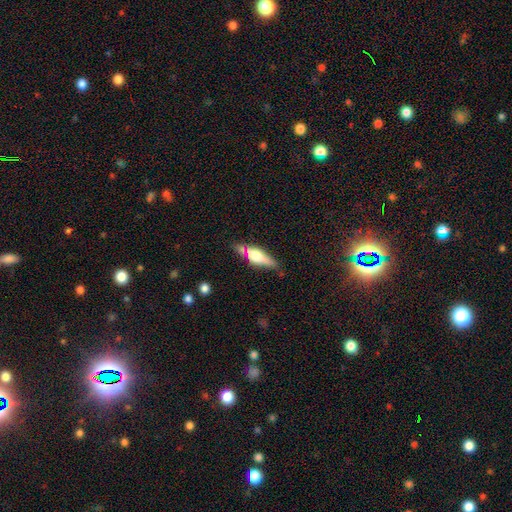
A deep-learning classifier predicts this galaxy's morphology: This appears to be a smooth galaxy with no disk features (48%). Merging: none (63%).